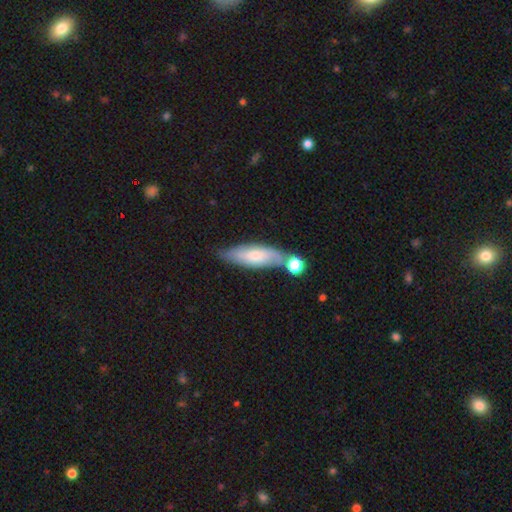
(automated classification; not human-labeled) The model was most divided on "how rounded": in between: 51%, cigar-shaped: 47%, round: 2%. More confident: smooth or featured — smooth (61%); merging — none (57%).